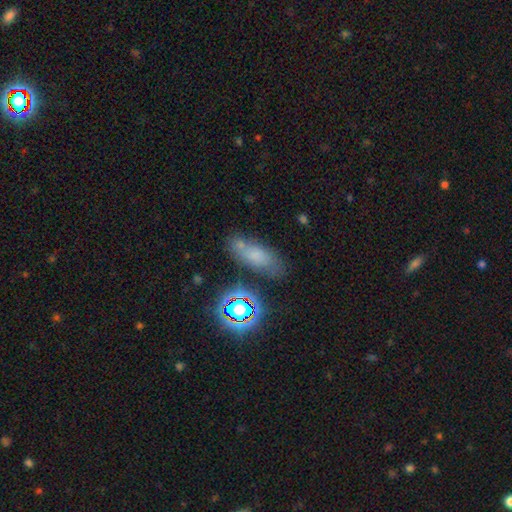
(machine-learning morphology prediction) Smooth or featured? Predicted: smooth (p=0.64). How rounded? Predicted: in between (p=0.73). Merging? Predicted: none (p=0.61).